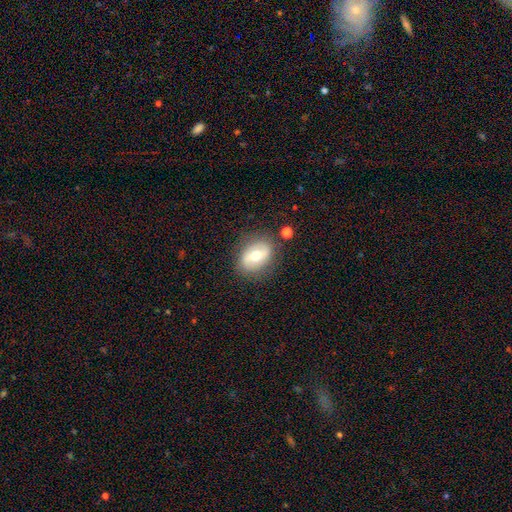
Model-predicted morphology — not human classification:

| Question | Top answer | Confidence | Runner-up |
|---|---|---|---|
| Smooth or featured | smooth | 48% | featured or disk (44%) |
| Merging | none | 79% | minor disturbance (14%) |